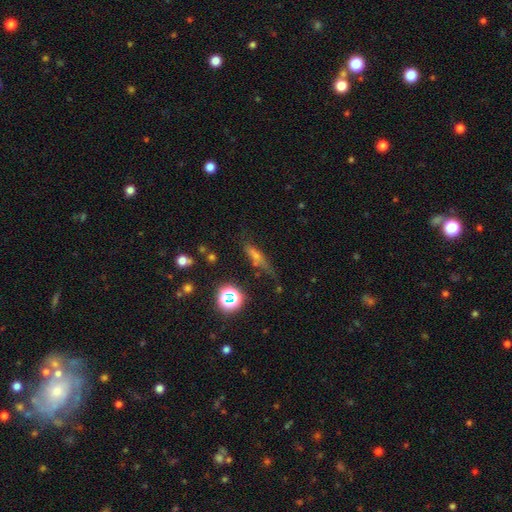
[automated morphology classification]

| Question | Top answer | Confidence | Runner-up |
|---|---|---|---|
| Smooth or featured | smooth | 46% | featured or disk (29%) |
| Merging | none | 62% | minor disturbance (23%) |